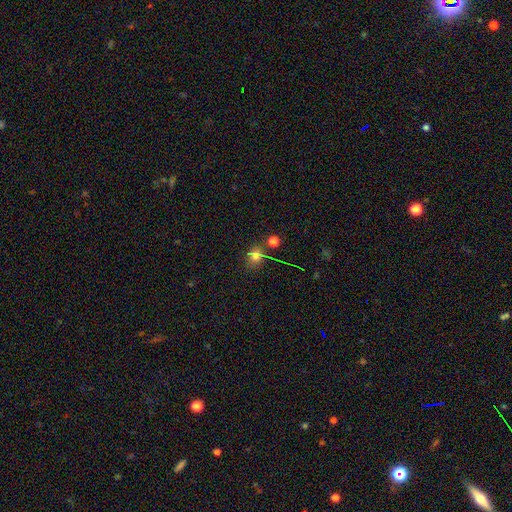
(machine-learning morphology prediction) smooth 70%, star or artifact 21%, featured or disk 9%. Down the decision tree: how rounded — round (75%); merging — none (67%).